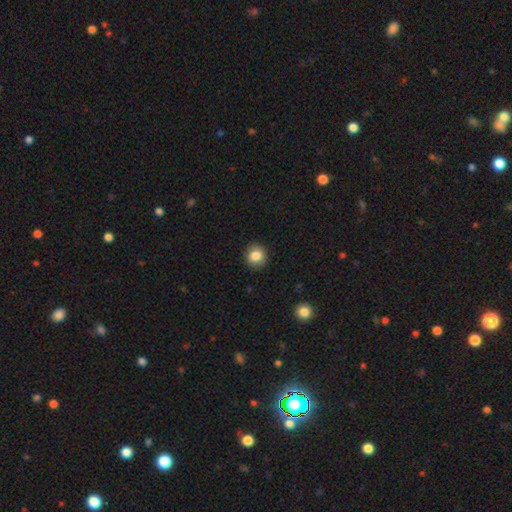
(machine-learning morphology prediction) smooth 84%, star or artifact 9%, featured or disk 7%. Down the decision tree: how rounded — round (87%); merging — none (90%).